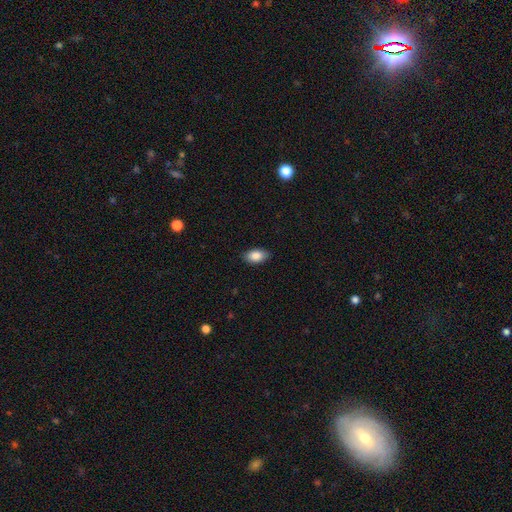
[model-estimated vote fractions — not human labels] Smooth or featured: smooth — 87% (star or artifact — 7%)
How rounded: in between — 93% (round — 5%)
Merging: none — 87% (minor disturbance — 10%)